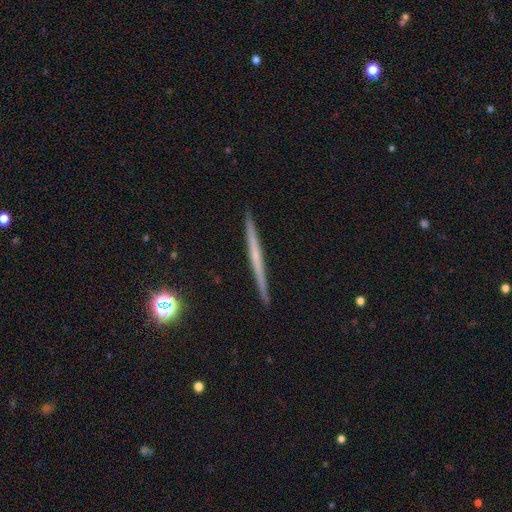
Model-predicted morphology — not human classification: Smooth or featured?
  - featured or disk: 59% *
  - smooth: 34%
  - star or artifact: 7%
Edge-on disk?
  - yes: 98% *
  - no: 2%
Edge-on bulge?
  - none: 84% *
  - rounded: 12%
  - boxy: 4%
Merging?
  - none: 93% *
  - minor disturbance: 5%
  - major disturbance: 1%
  - merger: 1%